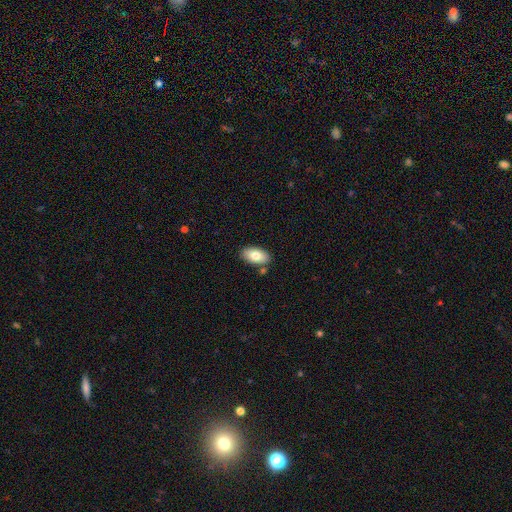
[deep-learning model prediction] Smooth or featured: smooth — 80% (featured or disk — 13%)
How rounded: in between — 94% (round — 3%)
Merging: none — 82% (minor disturbance — 11%)